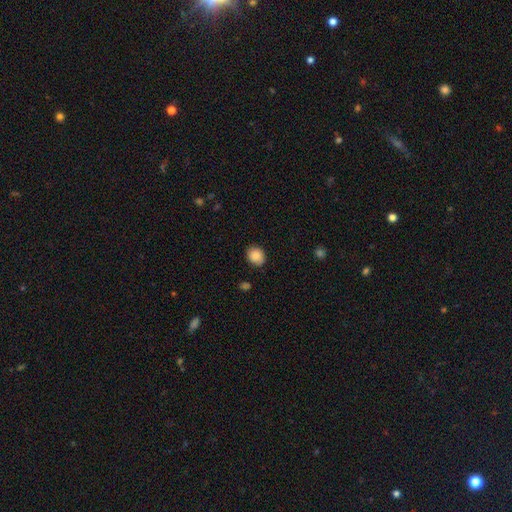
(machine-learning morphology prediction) The model was most divided on "how rounded": round: 65%, in between: 34%, cigar-shaped: 1%. More confident: smooth or featured — smooth (86%); merging — none (84%).